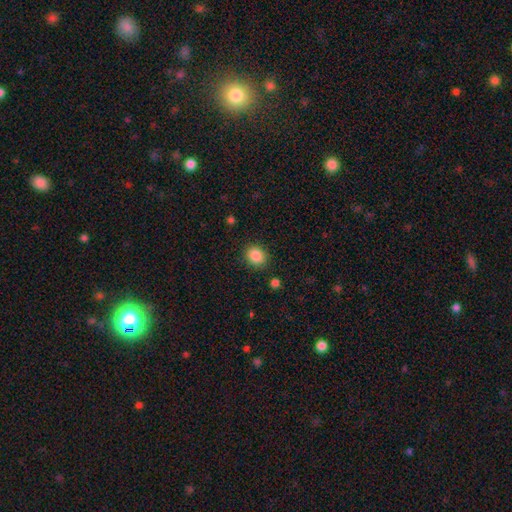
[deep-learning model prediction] Smooth or featured? Predicted: smooth (p=0.87). How rounded? Predicted: round (p=0.65). Merging? Predicted: none (p=0.88).